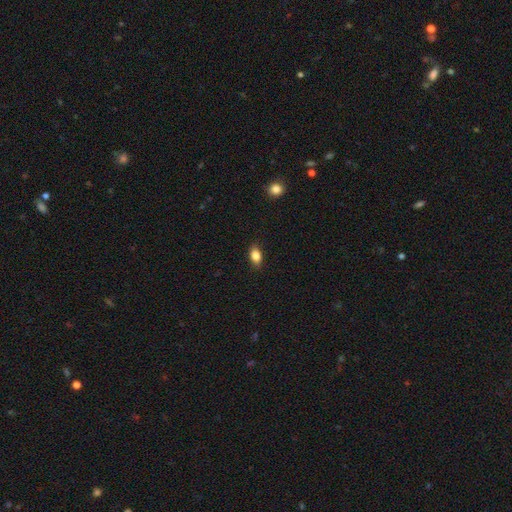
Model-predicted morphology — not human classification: Smooth or featured?
  - smooth: 85% *
  - star or artifact: 8%
  - featured or disk: 7%
How rounded?
  - in between: 86% *
  - round: 10%
  - cigar-shaped: 4%
Merging?
  - none: 86% *
  - minor disturbance: 11%
  - major disturbance: 2%
  - merger: 1%